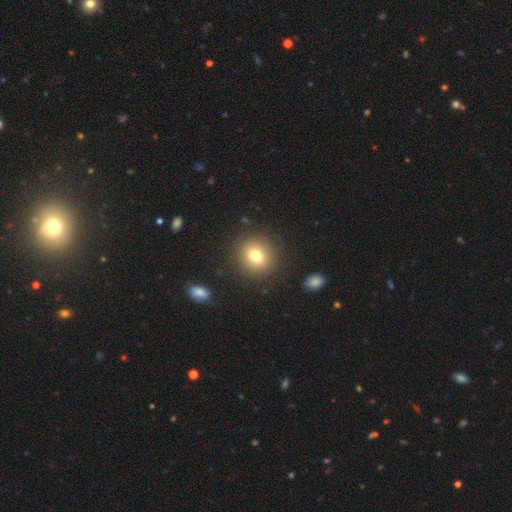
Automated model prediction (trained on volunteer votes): Morphology: type=smooth (76%); roundness=round (86%); merging=none (88%).